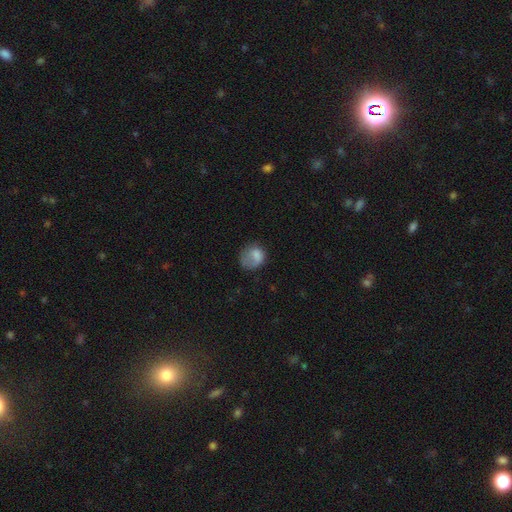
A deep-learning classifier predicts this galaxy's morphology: The model was most divided on "merging": none: 40%, major disturbance: 31%, minor disturbance: 26%, merger: 3%. More confident: smooth or featured — smooth (74%); how rounded — round (65%).